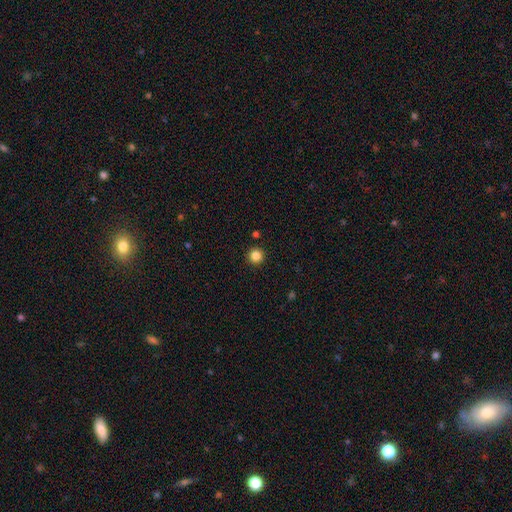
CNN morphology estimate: A smooth galaxy with no disk features (85%) that is round (96%).

Vote fractions:
- Smooth or featured? smooth: 85% / star or artifact: 11% / featured or disk: 4%
- How rounded? round: 96% / in between: 3% / cigar-shaped: 1%
- Merging? none: 93% / minor disturbance: 4% / major disturbance: 2% / merger: 2%